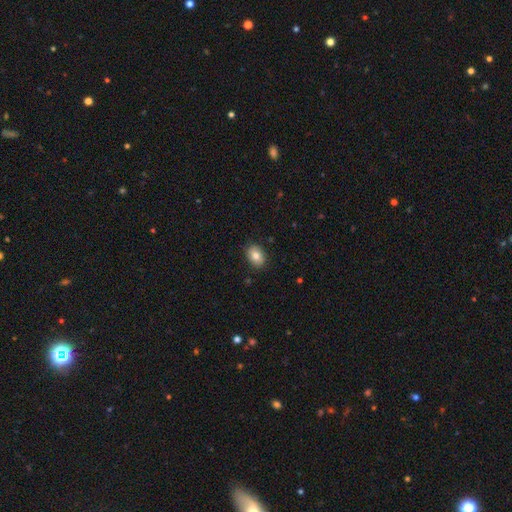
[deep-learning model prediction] This appears to be a smooth galaxy with no disk features (80%) that is in between round and cigar-shaped (74%). Merging: none (88%).